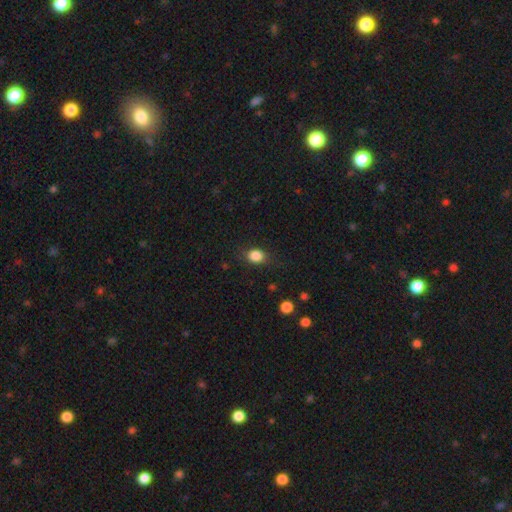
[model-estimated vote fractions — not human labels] A smooth galaxy with no disk features (85%) that is round (50%).

Vote fractions:
- Smooth or featured? smooth: 85% / star or artifact: 10% / featured or disk: 5%
- How rounded? round: 50% / in between: 49% / cigar-shaped: 1%
- Merging? none: 77% / minor disturbance: 17% / major disturbance: 5% / merger: 1%